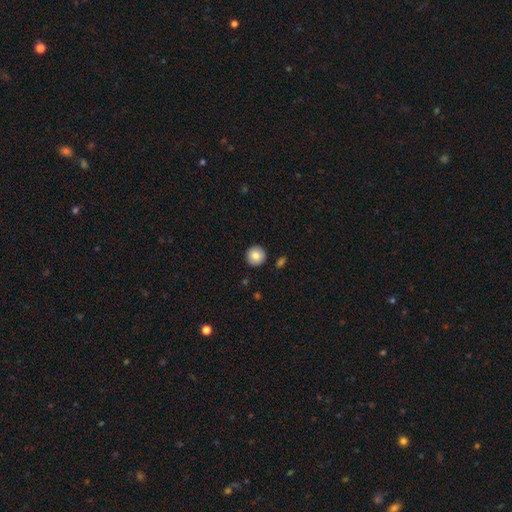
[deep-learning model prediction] A smooth galaxy with no disk features (85%) that is round (95%).

Vote fractions:
- Smooth or featured? smooth: 85% / star or artifact: 8% / featured or disk: 7%
- How rounded? round: 95% / in between: 4% / cigar-shaped: 1%
- Merging? none: 91% / minor disturbance: 6% / merger: 2% / major disturbance: 2%